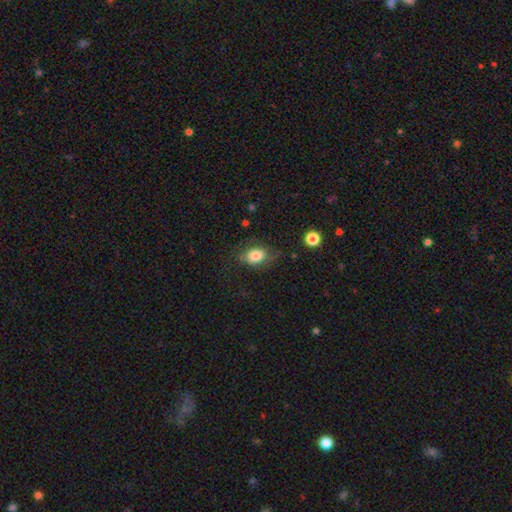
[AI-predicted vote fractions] The model was most divided on "merging": none: 58%, minor disturbance: 26%, major disturbance: 15%, merger: 2%. More confident: smooth or featured — smooth (76%); how rounded — in between (69%).